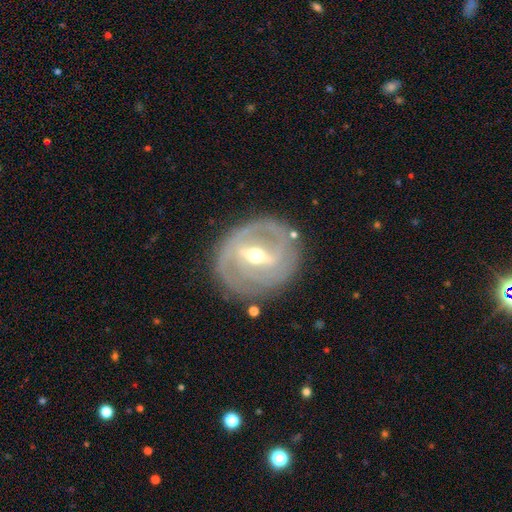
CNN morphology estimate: Smooth or featured: featured or disk — 84% (smooth — 10%)
Edge-on disk: no — 94% (yes — 6%)
Bar: strong — 56% (weak — 35%)
Spiral arms: yes — 83% (no — 17%)
Spiral winding: tight — 58% (medium — 31%)
Spiral arm count: 2 — 49% (can't tell — 24%)
Bulge size: moderate — 60% (small — 35%)
Merging: none — 80% (minor disturbance — 13%)